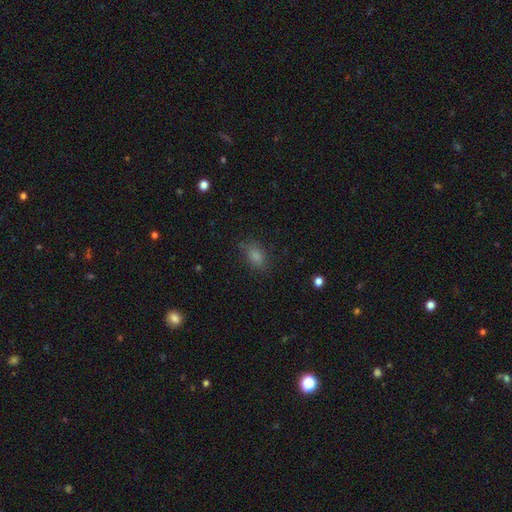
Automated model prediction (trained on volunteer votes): Smooth or featured?
  - smooth: 82% *
  - star or artifact: 11%
  - featured or disk: 6%
How rounded?
  - in between: 80% *
  - round: 18%
  - cigar-shaped: 2%
Merging?
  - none: 76% *
  - minor disturbance: 17%
  - major disturbance: 6%
  - merger: 2%